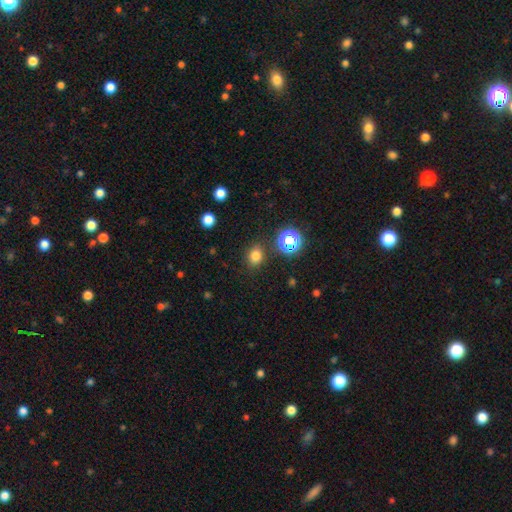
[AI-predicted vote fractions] Morphology: type=smooth (77%); roundness=round (57%); merging=none (84%).